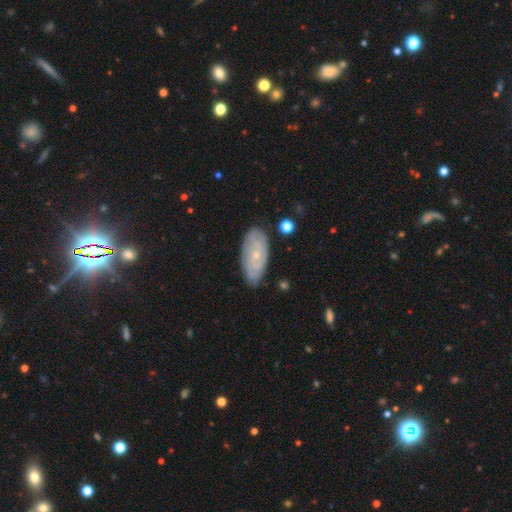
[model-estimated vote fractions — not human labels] featured or disk 61%, smooth 31%, star or artifact 8%. Down the decision tree: edge-on disk — no (90%); bar — no (81%); spiral arms — yes (74%); bulge size — small (77%); merging — none (80%).